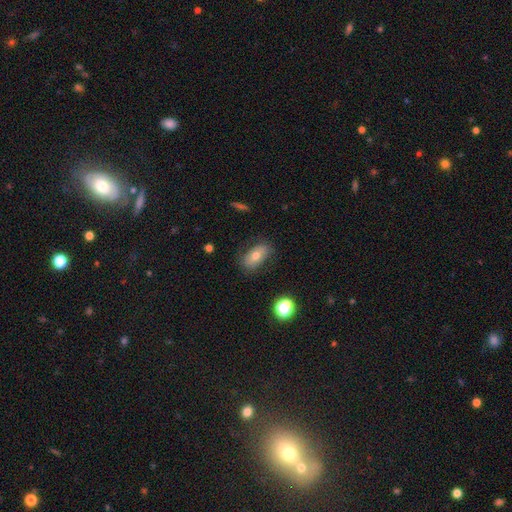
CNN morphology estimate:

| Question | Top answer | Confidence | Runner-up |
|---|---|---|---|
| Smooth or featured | smooth | 65% | featured or disk (25%) |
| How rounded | in between | 88% | round (8%) |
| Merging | none | 76% | minor disturbance (17%) |